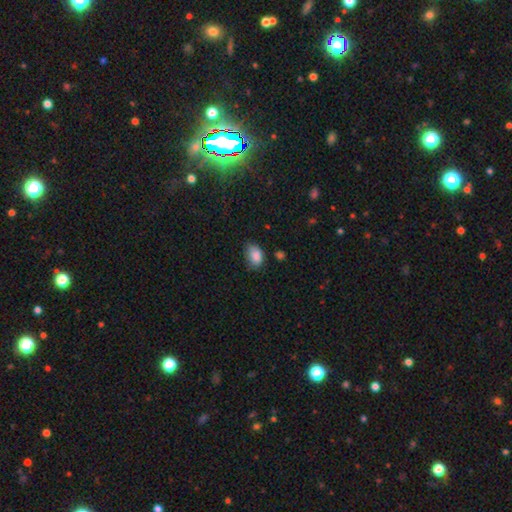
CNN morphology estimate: Q: Smooth or featured?
A: smooth (86%); runner-up: star or artifact (8%)
Q: How rounded?
A: in between (85%); runner-up: round (14%)
Q: Merging?
A: none (61%); runner-up: minor disturbance (30%)